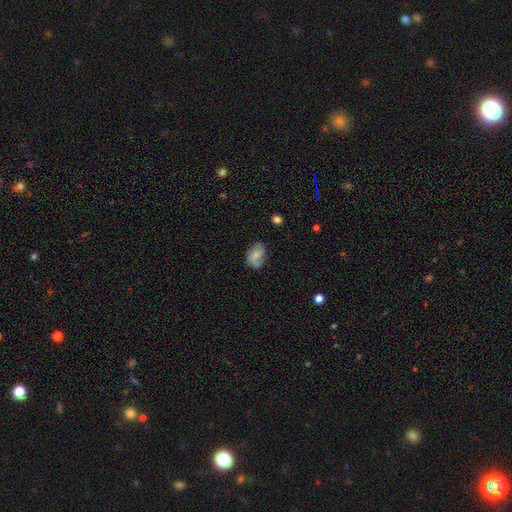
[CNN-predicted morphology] smooth_or_featured: smooth (p=0.63) [alt: featured or disk p=0.28]
how_rounded: in between (p=0.78) [alt: round p=0.21]
merging: none (p=0.60) [alt: minor disturbance p=0.28]